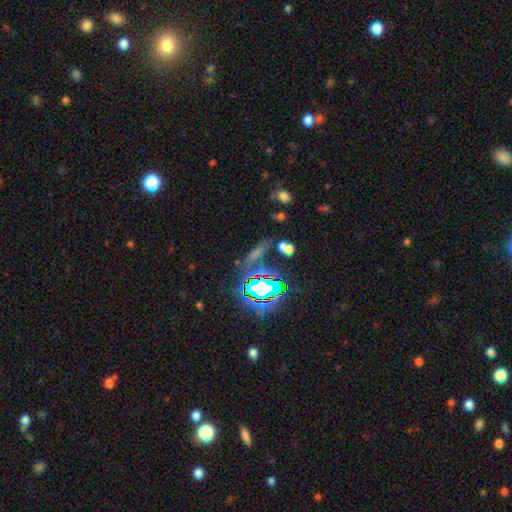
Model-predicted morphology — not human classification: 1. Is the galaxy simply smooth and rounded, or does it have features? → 52% star or artifact, 31% smooth, 17% featured or disk.